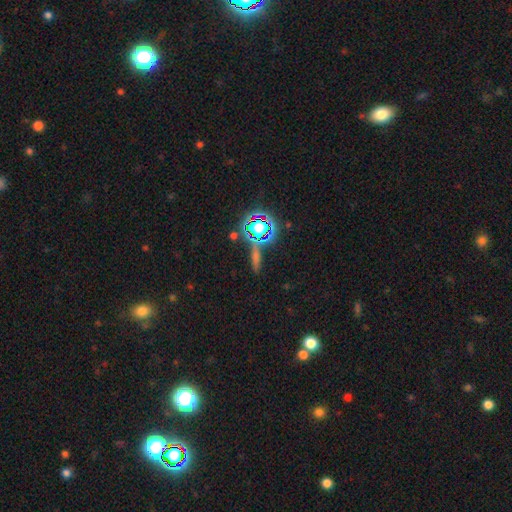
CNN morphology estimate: The model was most divided on "smooth or featured": star or artifact: 52%, smooth: 32%, featured or disk: 16%.